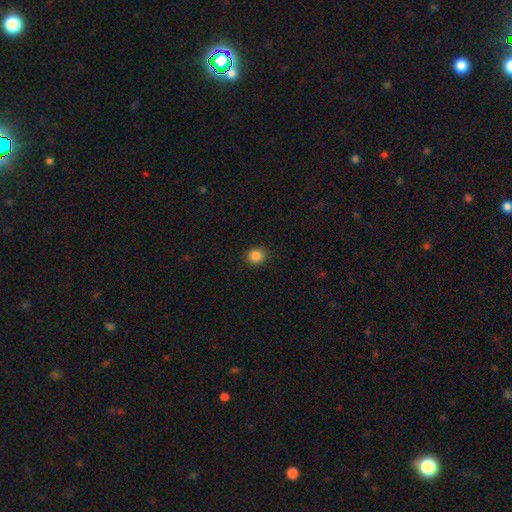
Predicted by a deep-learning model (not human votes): Smooth or featured? Predicted: smooth (p=0.86). How rounded? Predicted: round (p=0.70). Merging? Predicted: none (p=0.90).